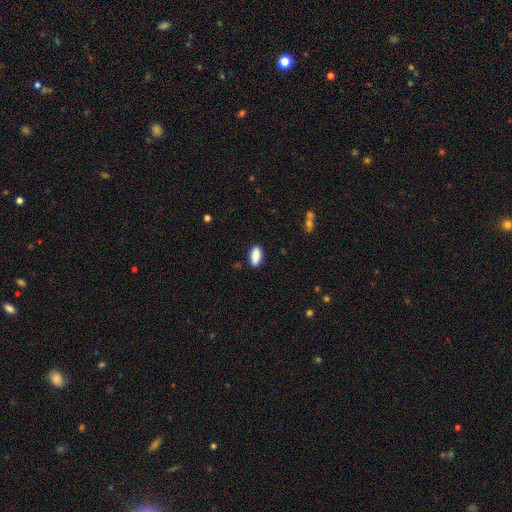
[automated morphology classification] smooth 87%, star or artifact 7%, featured or disk 6%. Down the decision tree: how rounded — in between (86%); merging — none (87%).